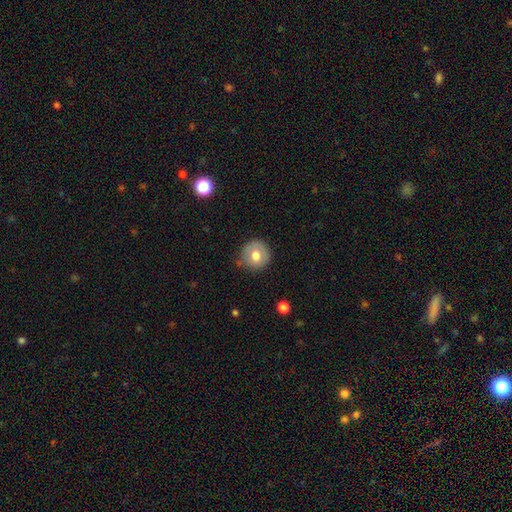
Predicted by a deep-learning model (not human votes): Smooth or featured?
  - smooth: 72% *
  - featured or disk: 20%
  - star or artifact: 8%
How rounded?
  - round: 92% *
  - in between: 7%
  - cigar-shaped: 1%
Merging?
  - none: 77% *
  - minor disturbance: 17%
  - major disturbance: 4%
  - merger: 2%